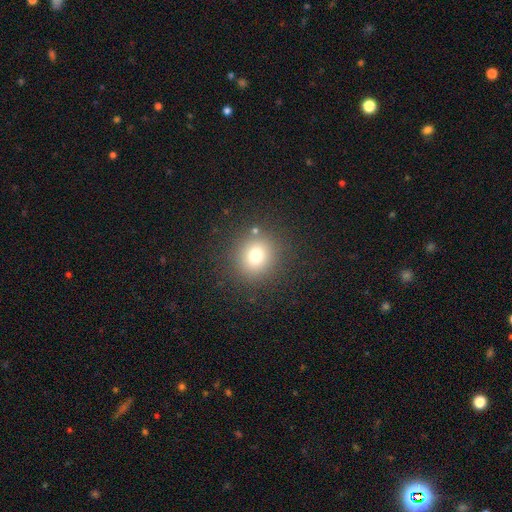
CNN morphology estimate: Q: Smooth or featured?
A: smooth (75%); runner-up: star or artifact (15%)
Q: How rounded?
A: round (89%); runner-up: in between (10%)
Q: Merging?
A: none (86%); runner-up: minor disturbance (8%)